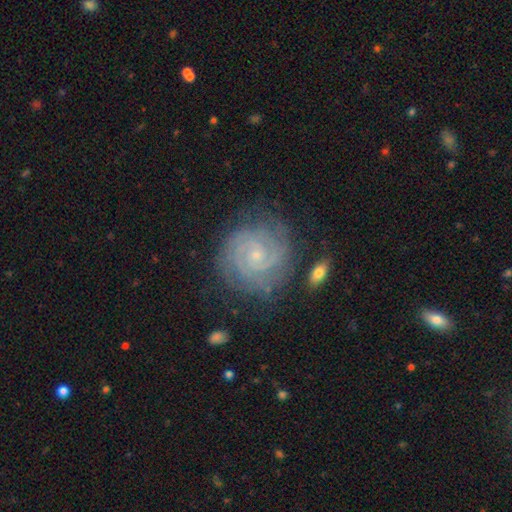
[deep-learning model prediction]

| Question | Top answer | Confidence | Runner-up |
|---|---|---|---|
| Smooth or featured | featured or disk | 87% | smooth (7%) |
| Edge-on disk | no | 98% | yes (2%) |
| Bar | no | 67% | weak (27%) |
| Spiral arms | yes | 98% | no (2%) |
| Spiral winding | tight | 79% | medium (18%) |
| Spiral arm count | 2 | 44% | 3 (19%) |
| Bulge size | small | 82% | moderate (12%) |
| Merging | none | 78% | minor disturbance (14%) |